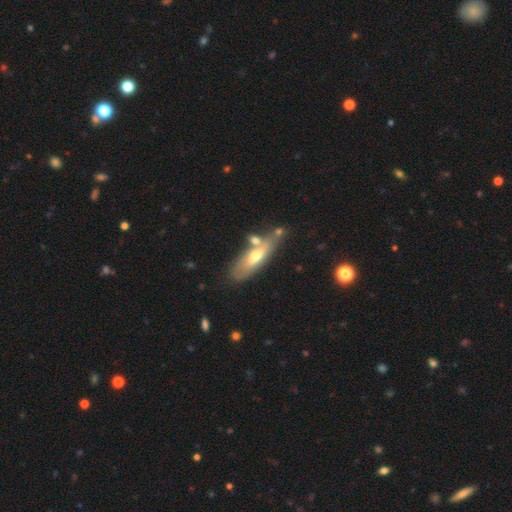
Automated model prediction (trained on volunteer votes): Overall: smooth (49%; featured or disk 45%). Merging: none (57%; merger 19%).